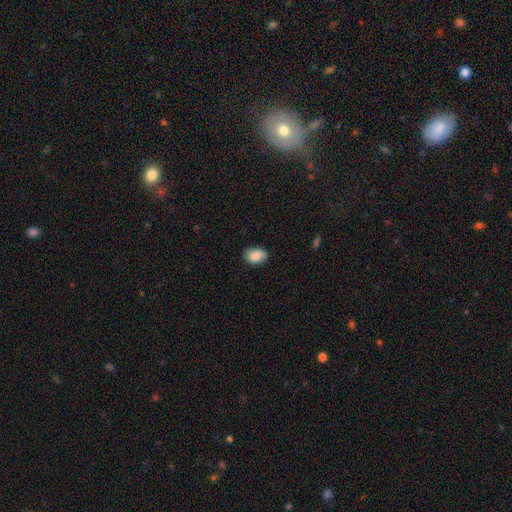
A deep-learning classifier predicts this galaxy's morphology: smooth 88%, star or artifact 7%, featured or disk 5%. Down the decision tree: how rounded — in between (84%); merging — none (83%).